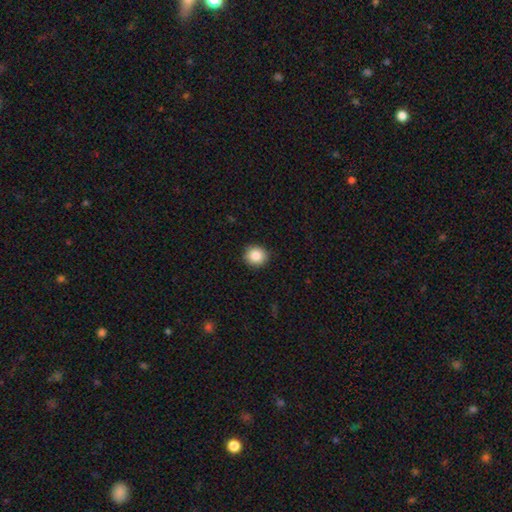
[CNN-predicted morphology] The model was most divided on "how rounded": round: 85%, in between: 14%, cigar-shaped: 1%. More confident: merging — none (91%); smooth or featured — smooth (86%).